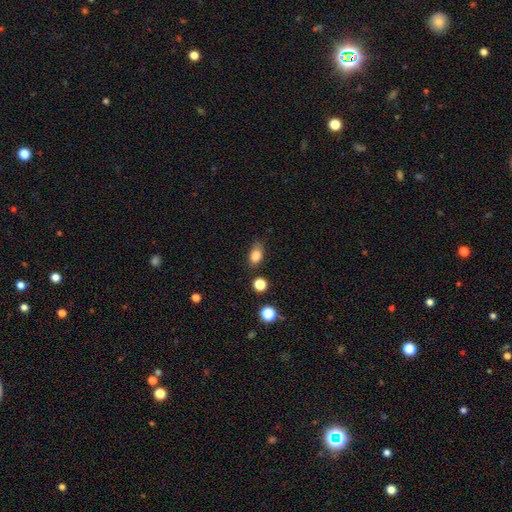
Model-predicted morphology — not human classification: This appears to be a smooth galaxy with no disk features (84%) that is in between round and cigar-shaped (79%). Merging: none (71%).